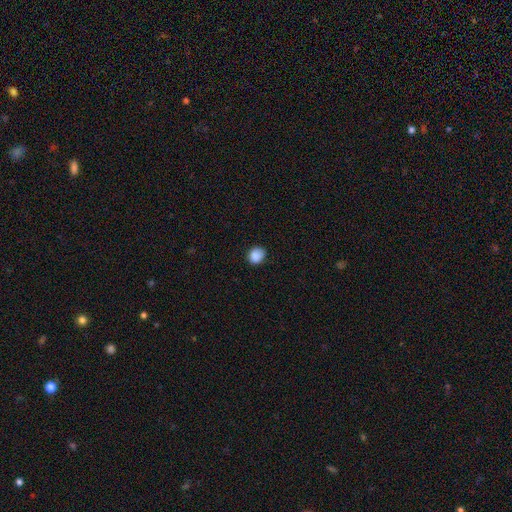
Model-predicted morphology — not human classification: Smooth or featured?
  - smooth: 88% *
  - star or artifact: 9%
  - featured or disk: 3%
How rounded?
  - round: 73% *
  - in between: 26%
  - cigar-shaped: 1%
Merging?
  - none: 85% *
  - minor disturbance: 12%
  - major disturbance: 2%
  - merger: 1%